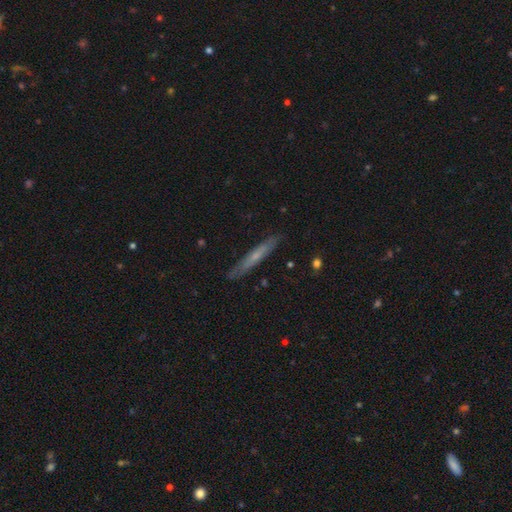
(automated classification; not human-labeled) featured or disk 49%, smooth 45%, star or artifact 6%. Down the decision tree: merging — none (87%).